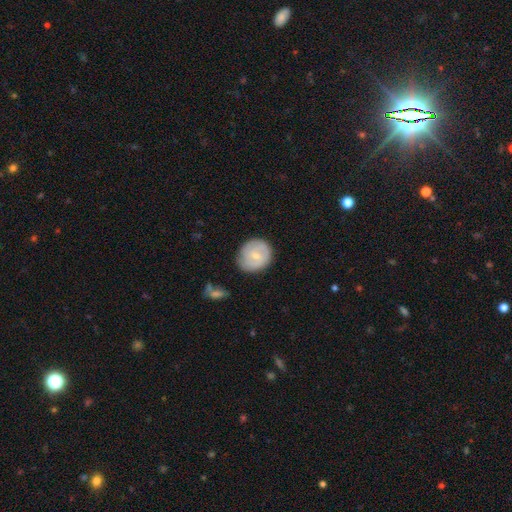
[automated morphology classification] The model was most divided on "smooth or featured": featured or disk: 48%, smooth: 46%, star or artifact: 6%. More confident: merging — none (74%).